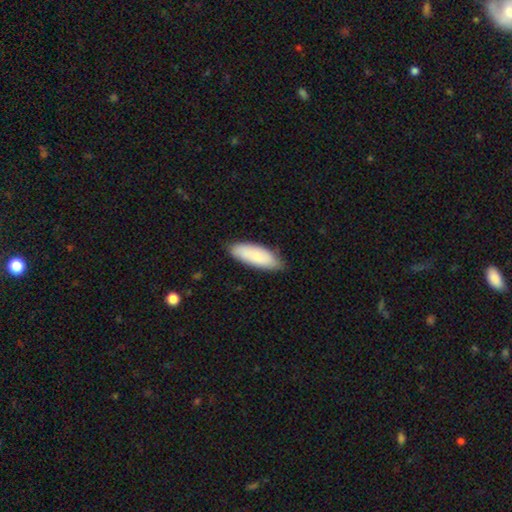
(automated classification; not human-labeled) This is likely a smooth galaxy (79%). How rounded: likely in between (71%). Merging: likely none (79%).